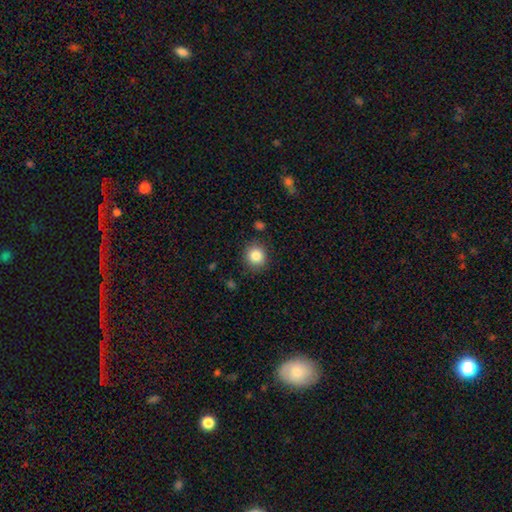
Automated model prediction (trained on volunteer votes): smooth 84%, star or artifact 10%, featured or disk 6%. Down the decision tree: how rounded — round (87%); merging — none (87%).